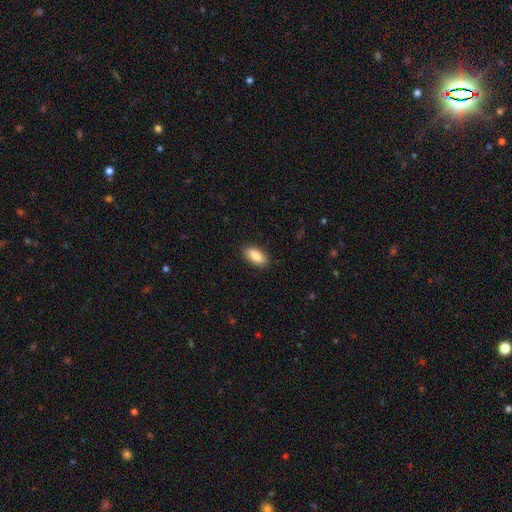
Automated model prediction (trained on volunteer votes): smooth 87%, featured or disk 7%, star or artifact 6%. Down the decision tree: how rounded — in between (91%); merging — none (89%).